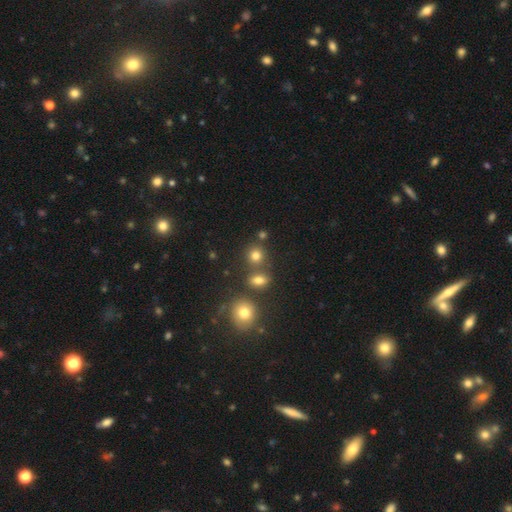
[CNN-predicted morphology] Q: Smooth or featured?
A: smooth (77%); runner-up: star or artifact (16%)
Q: How rounded?
A: round (83%); runner-up: in between (16%)
Q: Merging?
A: none (69%); runner-up: merger (19%)